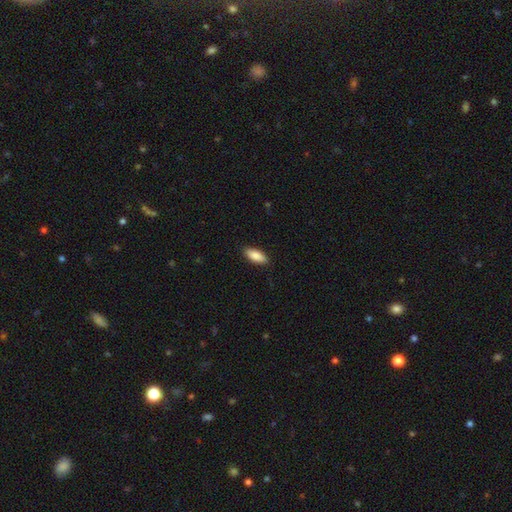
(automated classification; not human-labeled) smooth_or_featured: smooth (p=0.86) [alt: featured or disk p=0.08]
how_rounded: in between (p=0.78) [alt: cigar-shaped p=0.20]
merging: none (p=0.88) [alt: minor disturbance p=0.09]